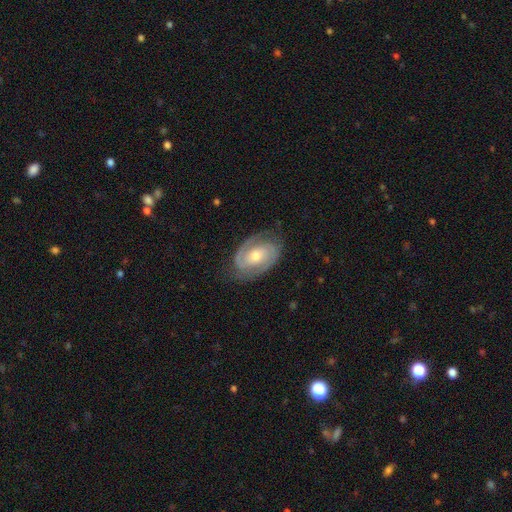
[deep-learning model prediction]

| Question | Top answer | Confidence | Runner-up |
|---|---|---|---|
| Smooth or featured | featured or disk | 87% | smooth (8%) |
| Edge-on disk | no | 97% | yes (3%) |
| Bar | no | 56% | weak (33%) |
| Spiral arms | yes | 96% | no (4%) |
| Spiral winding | tight | 56% | medium (36%) |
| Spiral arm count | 2 | 88% | can't tell (5%) |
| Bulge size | moderate | 63% | small (32%) |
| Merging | none | 78% | minor disturbance (16%) |